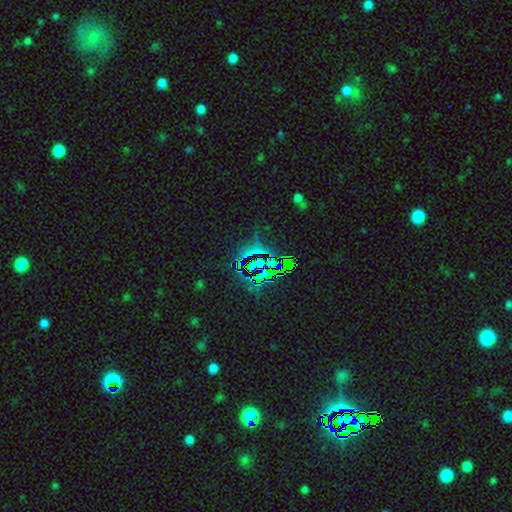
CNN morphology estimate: The model was most divided on "smooth or featured": star or artifact: 81%, featured or disk: 10%, smooth: 9%.